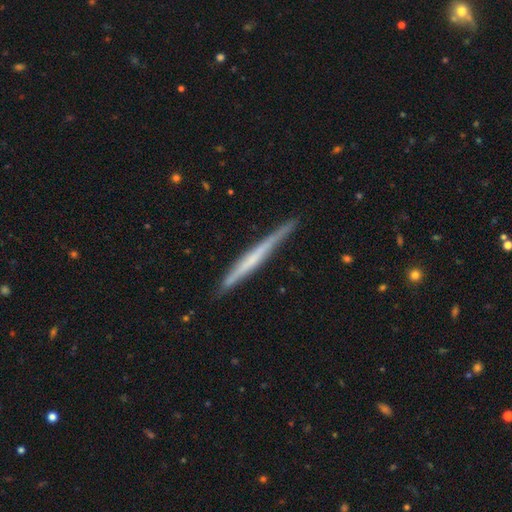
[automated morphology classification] A featured or disk galaxy (58%) viewed edge-on (97%) with no central bulge (78%).

Vote fractions:
- Smooth or featured? featured or disk: 58% / smooth: 36% / star or artifact: 6%
- Edge-on disk? yes: 97% / no: 3%
- Edge-on bulge? none: 78% / rounded: 15% / boxy: 8%
- Merging? none: 86% / minor disturbance: 11% / major disturbance: 2% / merger: 1%